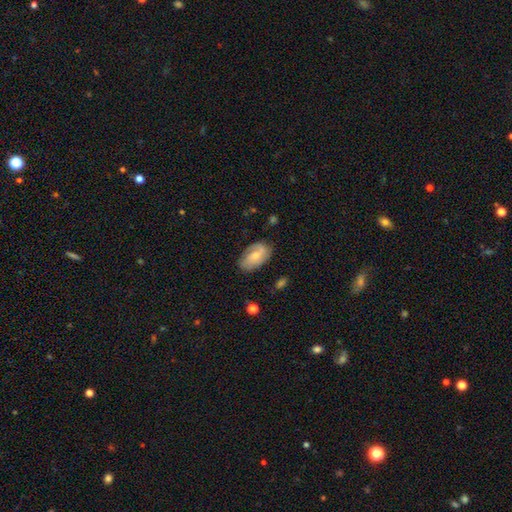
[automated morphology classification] smooth_or_featured: smooth (p=0.50) [alt: featured or disk p=0.43]
merging: none (p=0.72) [alt: minor disturbance p=0.21]